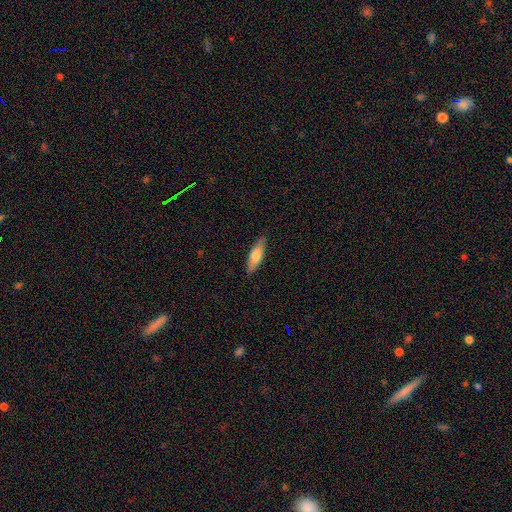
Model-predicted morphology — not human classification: type=smooth (70%); roundness=cigar-shaped (53%); merging=none (88%).